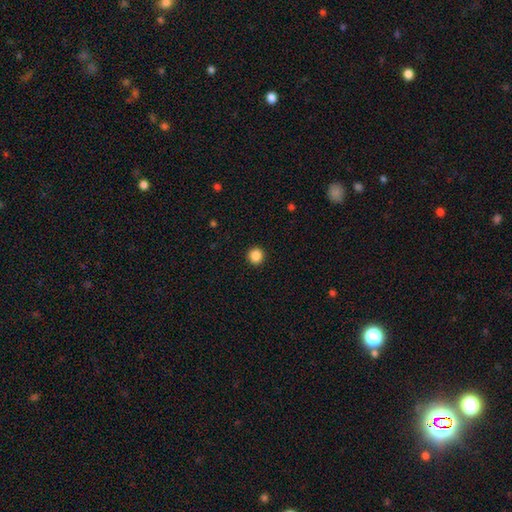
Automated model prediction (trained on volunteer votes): Q: Smooth or featured?
A: smooth (88%); runner-up: star or artifact (10%)
Q: How rounded?
A: round (94%); runner-up: in between (5%)
Q: Merging?
A: none (93%); runner-up: minor disturbance (4%)